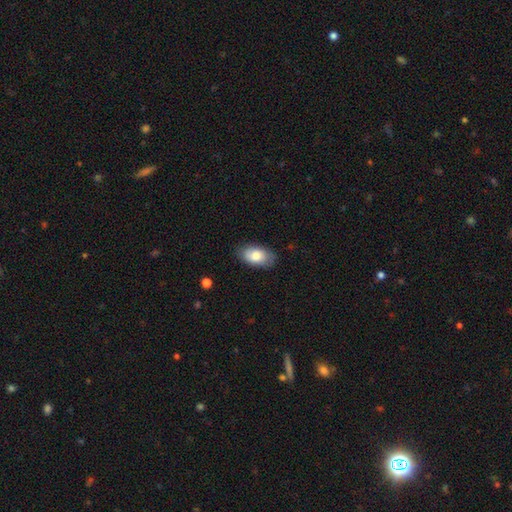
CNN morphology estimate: The model was most divided on "smooth or featured": smooth: 78%, featured or disk: 15%, star or artifact: 6%. More confident: how rounded — in between (93%); merging — none (80%).